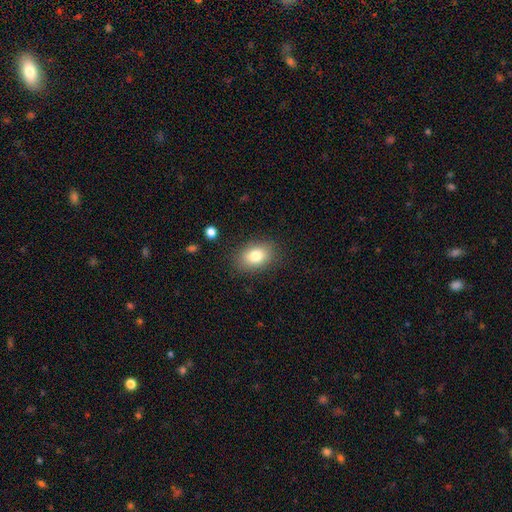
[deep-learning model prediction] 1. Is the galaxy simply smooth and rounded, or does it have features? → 80% smooth, 11% featured or disk, 9% star or artifact.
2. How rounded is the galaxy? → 78% in between, 21% round, 1% cigar-shaped.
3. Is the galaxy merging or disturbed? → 85% none, 11% minor disturbance, 3% major disturbance, 1% merger.